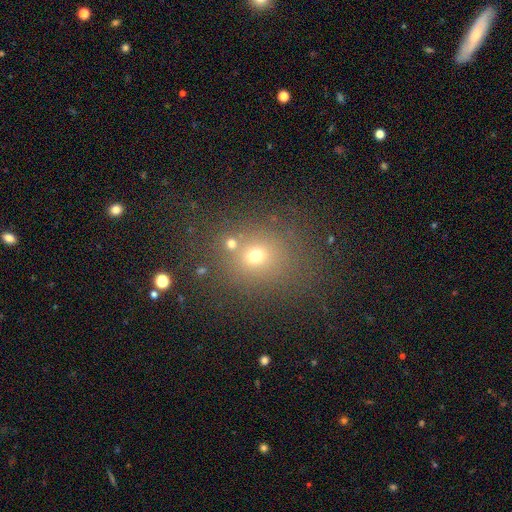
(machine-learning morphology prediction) A smooth galaxy with no disk features (64%) that is round (70%). Merging: none (70%).